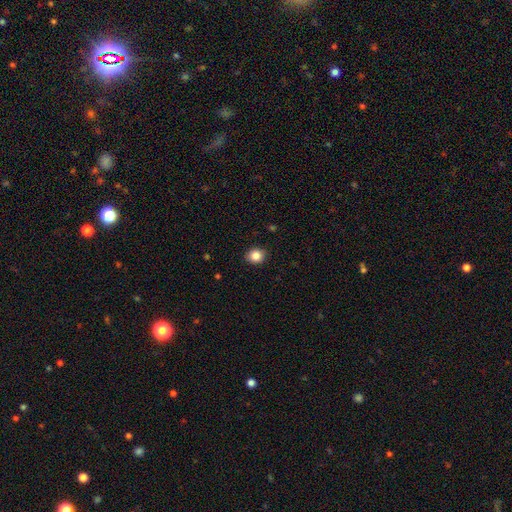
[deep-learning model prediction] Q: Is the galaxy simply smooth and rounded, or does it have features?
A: smooth — 86%.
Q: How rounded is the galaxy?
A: round — 72%.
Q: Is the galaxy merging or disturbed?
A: none — 91%.